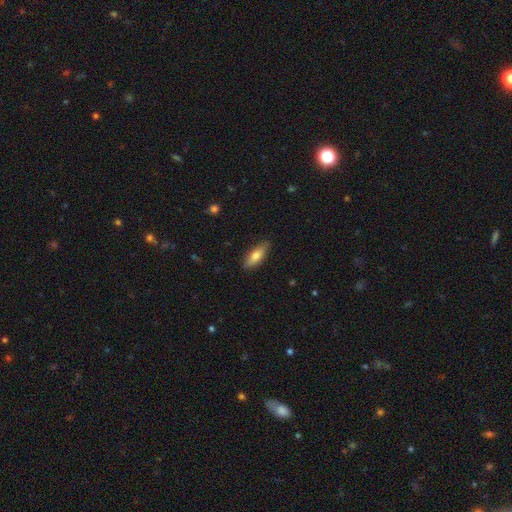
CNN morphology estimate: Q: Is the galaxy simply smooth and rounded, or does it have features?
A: smooth — 67%.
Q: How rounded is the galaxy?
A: in between — 54%.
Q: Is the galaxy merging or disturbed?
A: none — 86%.